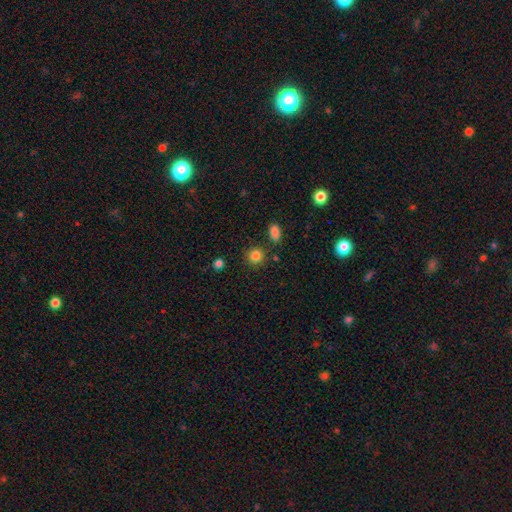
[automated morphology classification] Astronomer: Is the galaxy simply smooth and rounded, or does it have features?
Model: smooth — 84%.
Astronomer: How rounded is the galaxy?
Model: round — 88%.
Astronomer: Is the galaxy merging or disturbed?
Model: none — 84%.